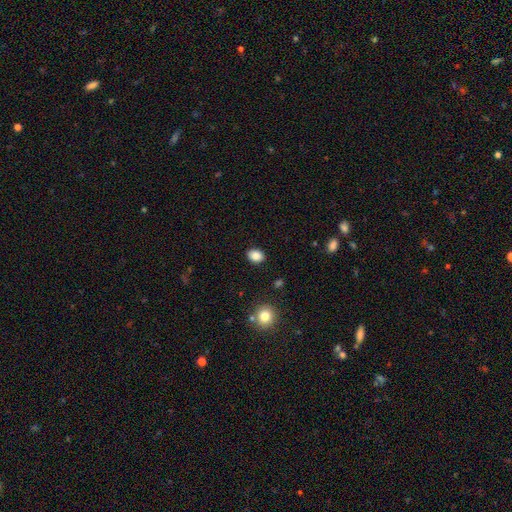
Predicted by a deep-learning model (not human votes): A smooth galaxy with no disk features (87%) that is in between round and cigar-shaped (58%). Merging: none (89%).